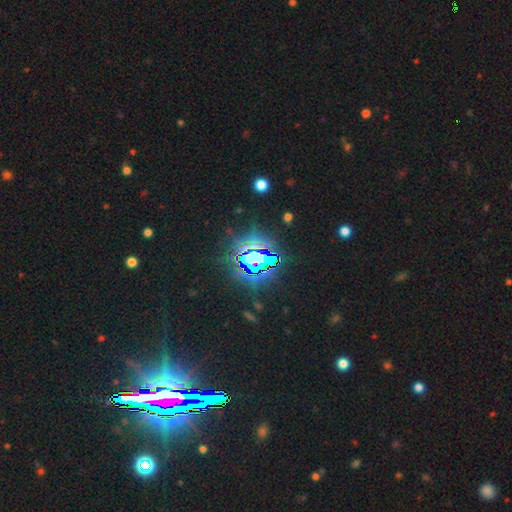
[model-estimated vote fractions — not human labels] smooth-or-featured: star or artifact: 80% | smooth: 10% | featured or disk: 10%